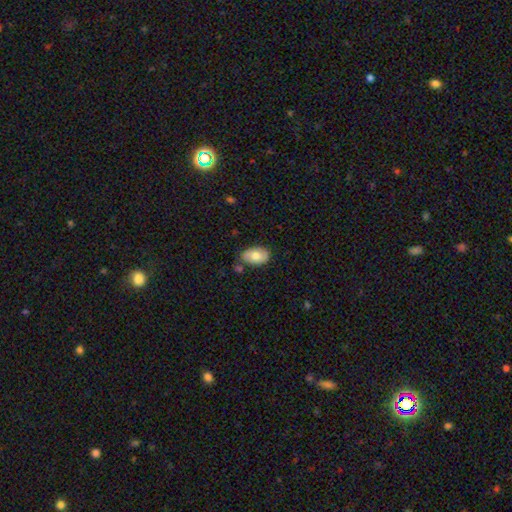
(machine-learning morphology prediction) type=smooth (72%); roundness=in between (90%); merging=none (72%).